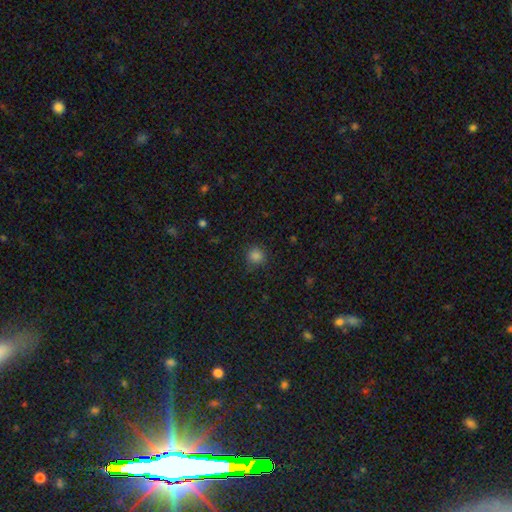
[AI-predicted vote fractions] Overall: smooth (84%). How rounded: round (93%). Merging: none (87%).